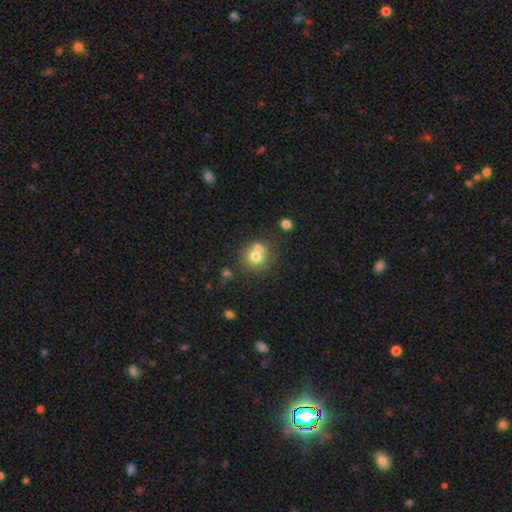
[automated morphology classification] A smooth galaxy with no disk features (70%) that is round (88%).

Vote fractions:
- Smooth or featured? smooth: 70% / featured or disk: 18% / star or artifact: 12%
- How rounded? round: 88% / in between: 11% / cigar-shaped: 1%
- Merging? none: 53% / merger: 34% / minor disturbance: 10% / major disturbance: 3%